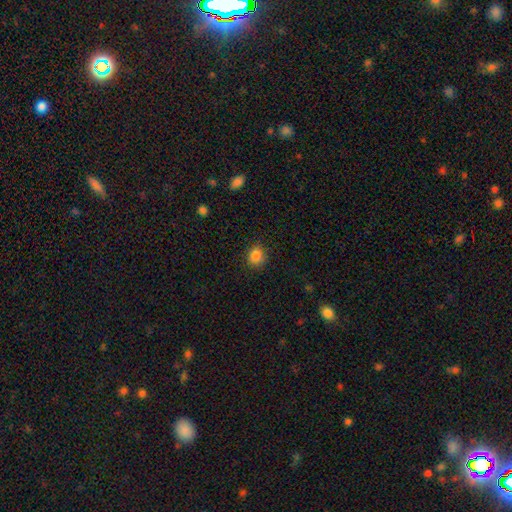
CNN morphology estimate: Smooth or featured? Predicted: smooth (p=0.85). How rounded? Predicted: round (p=0.81). Merging? Predicted: none (p=0.87).